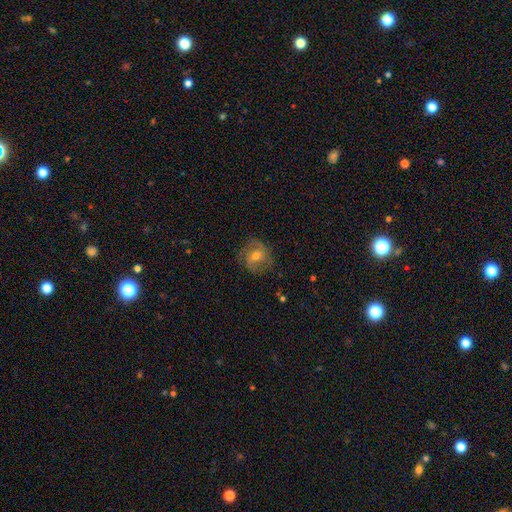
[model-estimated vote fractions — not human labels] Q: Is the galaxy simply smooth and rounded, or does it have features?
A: featured or disk — 47%.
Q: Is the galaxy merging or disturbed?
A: none — 70%.